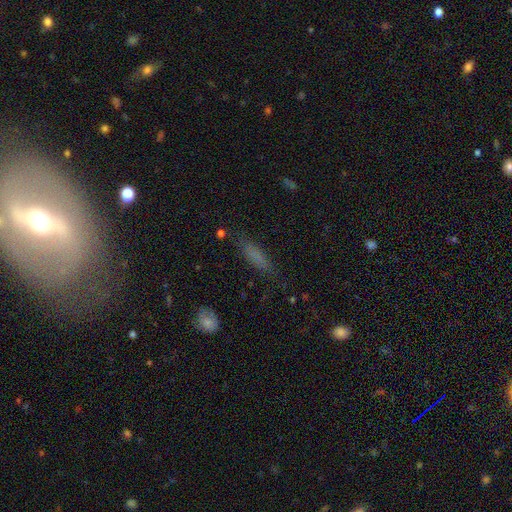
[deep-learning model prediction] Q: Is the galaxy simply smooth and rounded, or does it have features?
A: smooth — 71%.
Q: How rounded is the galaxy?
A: cigar-shaped — 69%.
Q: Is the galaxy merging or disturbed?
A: none — 77%.